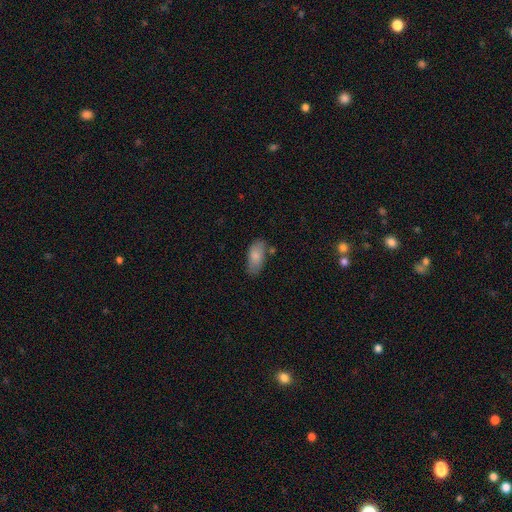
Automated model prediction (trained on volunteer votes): This is clearly a smooth galaxy (82%). How rounded: clearly in between (91%). Merging: likely none (66%).